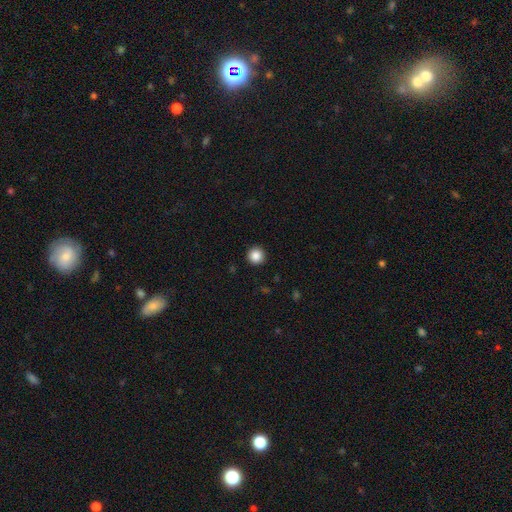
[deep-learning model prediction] Smooth or featured? Predicted: smooth (p=0.87). How rounded? Predicted: round (p=0.96). Merging? Predicted: none (p=0.93).